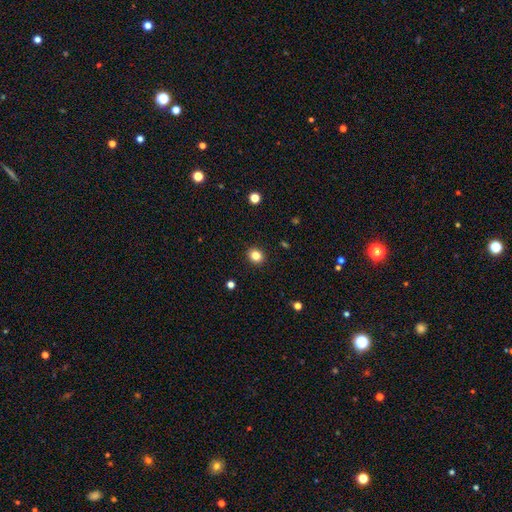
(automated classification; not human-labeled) Smooth or featured? smooth (83%)
How rounded? round (73%)
Merging? none (92%)